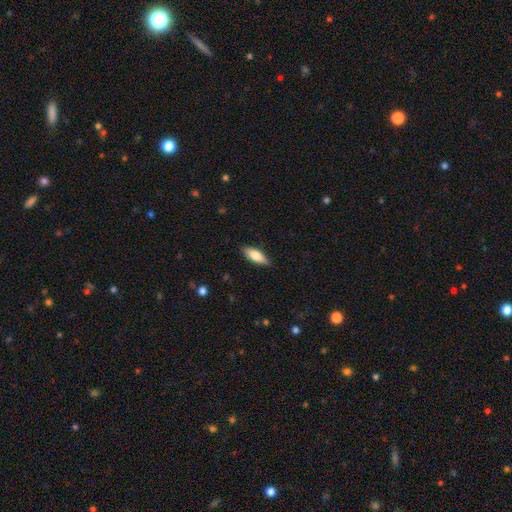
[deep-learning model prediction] A smooth galaxy with no disk features (79%) that is in between round and cigar-shaped (66%). Merging: none (85%).